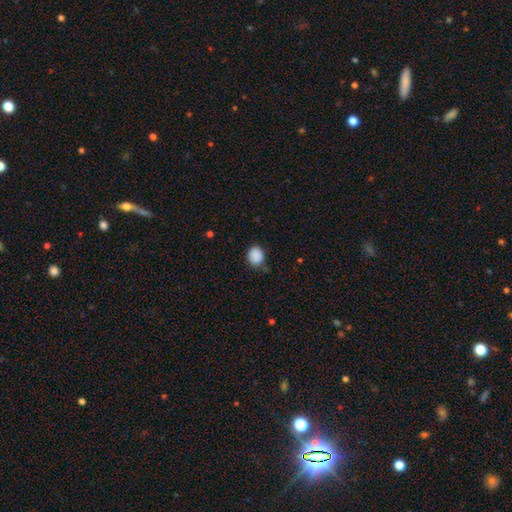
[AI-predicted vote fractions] The model was most divided on "how rounded": round: 68%, in between: 31%, cigar-shaped: 1%. More confident: smooth or featured — smooth (88%); merging — none (66%).